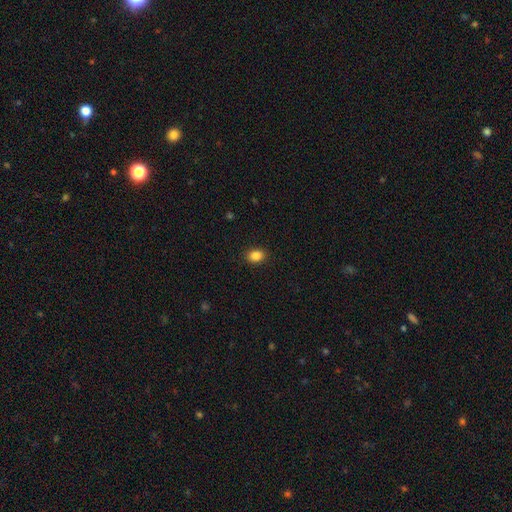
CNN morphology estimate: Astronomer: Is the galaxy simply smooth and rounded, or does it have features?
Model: smooth — 87%.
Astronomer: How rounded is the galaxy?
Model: in between — 65%.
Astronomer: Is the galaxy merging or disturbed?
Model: none — 90%.